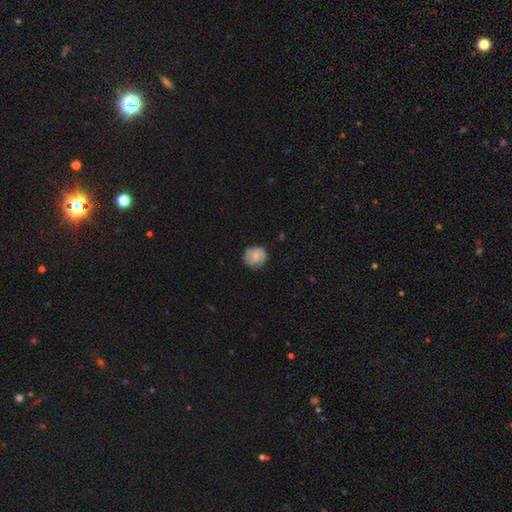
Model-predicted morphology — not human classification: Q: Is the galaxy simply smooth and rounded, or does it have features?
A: smooth — 65%.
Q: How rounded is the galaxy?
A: round — 81%.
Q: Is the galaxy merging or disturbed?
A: none — 75%.